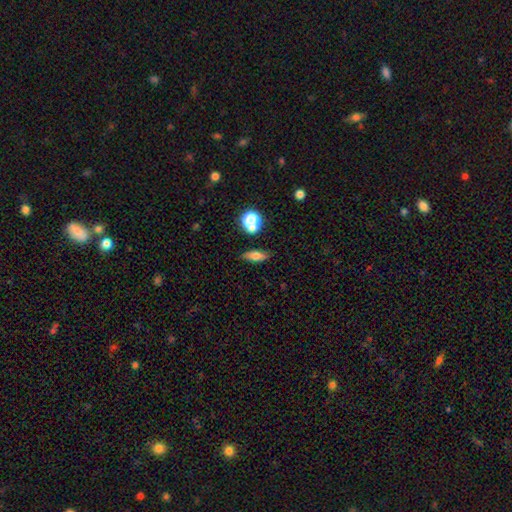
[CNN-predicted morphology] Smooth or featured? Predicted: smooth (p=0.65). How rounded? Predicted: in between (p=0.61). Merging? Predicted: none (p=0.80).